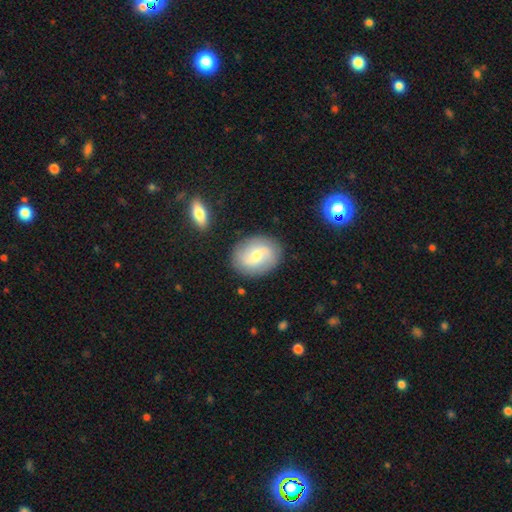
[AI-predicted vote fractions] smooth-or-featured: featured or disk: 51% | smooth: 42% | star or artifact: 7%
  disk-edge-on: no: 95% | yes: 5%
  merging: none: 85% | minor disturbance: 10% | major disturbance: 3% | merger: 2%